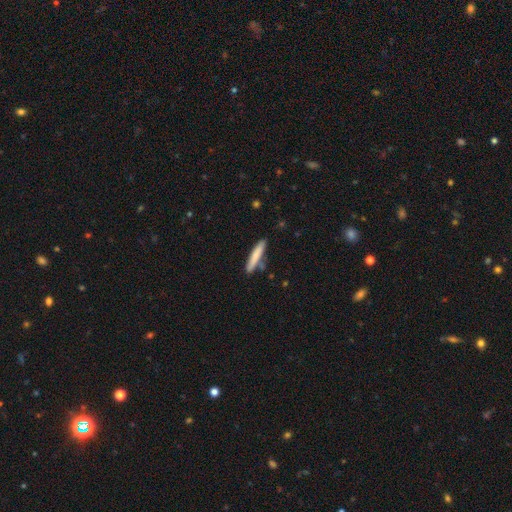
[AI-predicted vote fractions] Smooth or featured?
  - smooth: 77% *
  - featured or disk: 17%
  - star or artifact: 6%
How rounded?
  - cigar-shaped: 91% *
  - in between: 8%
  - round: 1%
Merging?
  - none: 80% *
  - minor disturbance: 13%
  - merger: 5%
  - major disturbance: 2%